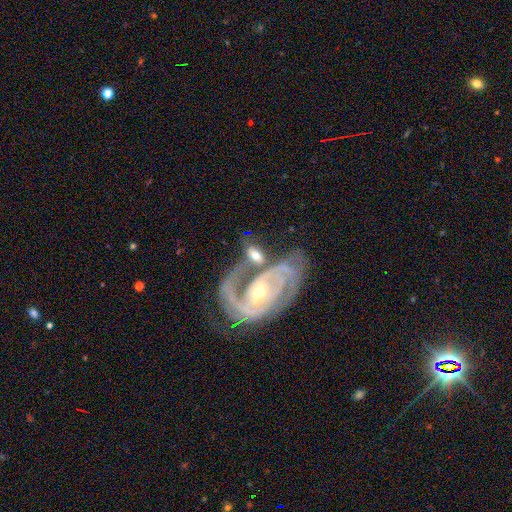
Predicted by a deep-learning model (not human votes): This is likely a featured or disk galaxy (69%). It is clearly not viewed edge-on (94%). Bar: marginally no (39%). Spiral arm pattern: clearly yes (86%). Spiral arm count: likely 2 (77%). Spiral winding: marginally medium (44%). Central bulge: possibly moderate (48%). Merging: marginally none (36%).